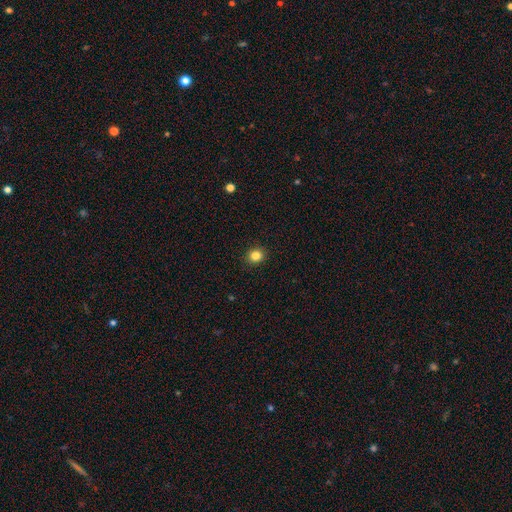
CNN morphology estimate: smooth 84%, star or artifact 12%, featured or disk 5%. Down the decision tree: how rounded — round (83%); merging — none (91%).